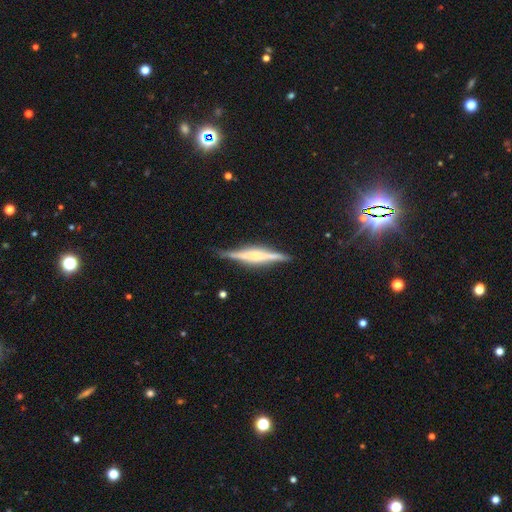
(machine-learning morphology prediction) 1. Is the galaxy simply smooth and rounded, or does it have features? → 77% featured or disk, 17% smooth, 6% star or artifact.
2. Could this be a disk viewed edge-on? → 97% yes, 3% no.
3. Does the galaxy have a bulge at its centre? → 60% rounded, 29% boxy, 12% none.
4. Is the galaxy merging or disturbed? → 84% none, 12% minor disturbance, 3% major disturbance, 1% merger.